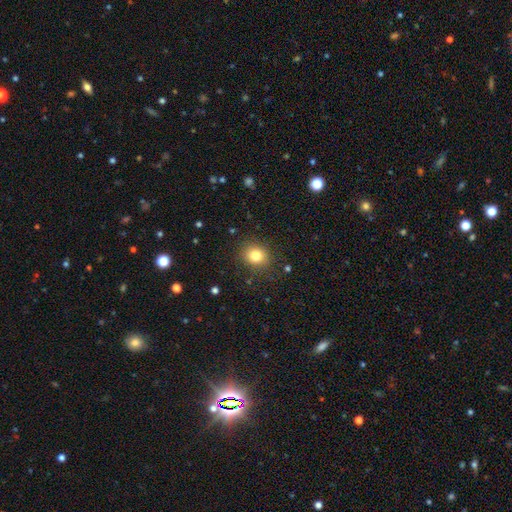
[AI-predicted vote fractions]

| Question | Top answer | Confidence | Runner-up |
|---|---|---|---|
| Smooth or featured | smooth | 80% | star or artifact (12%) |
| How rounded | round | 76% | in between (24%) |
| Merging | none | 86% | minor disturbance (9%) |